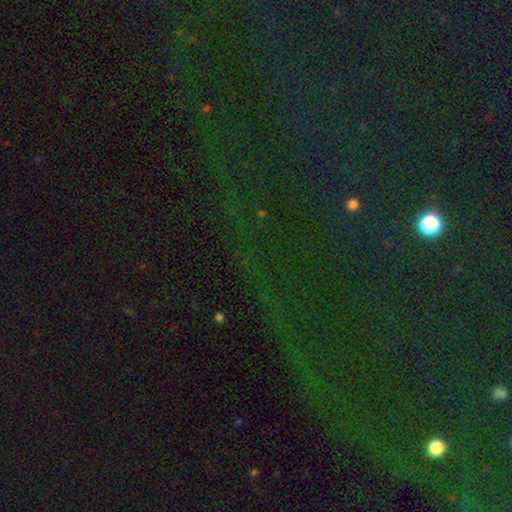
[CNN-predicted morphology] Smooth or featured? Predicted: star or artifact (p=0.80).